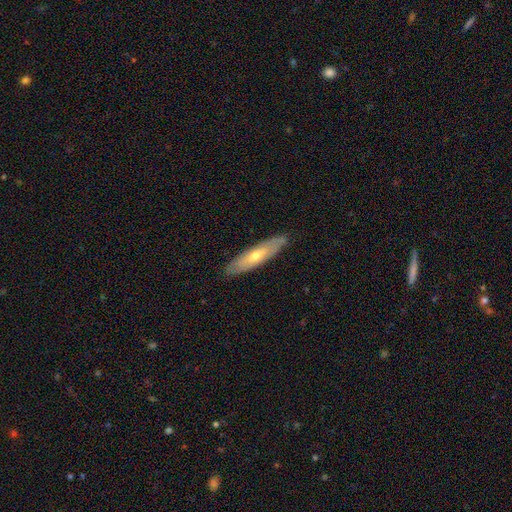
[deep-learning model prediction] featured or disk 53%, smooth 41%, star or artifact 6%. Down the decision tree: edge-on disk — yes (56%); merging — none (87%).